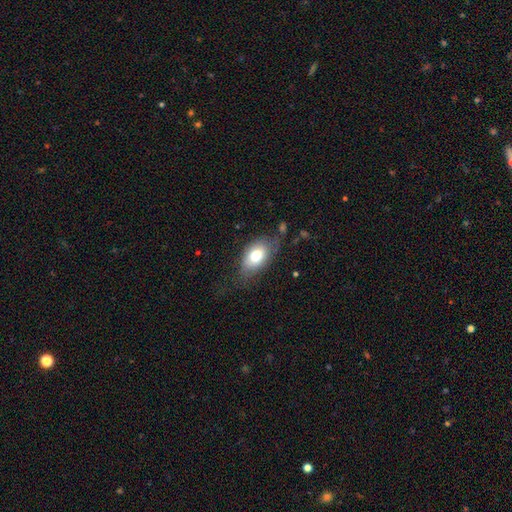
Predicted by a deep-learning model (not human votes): Smooth or featured: smooth — 72% (featured or disk — 20%)
How rounded: in between — 88% (round — 10%)
Merging: none — 61% (minor disturbance — 25%)